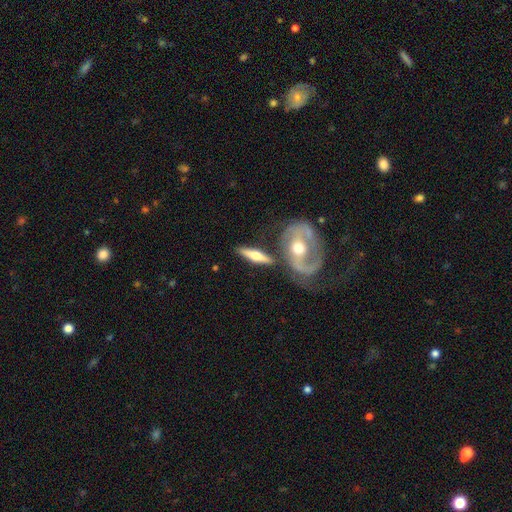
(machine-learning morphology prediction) This appears to be a featured or disk galaxy (63%) viewed edge-on (83%) with a rounded central bulge (94%). Merging: none (69%).